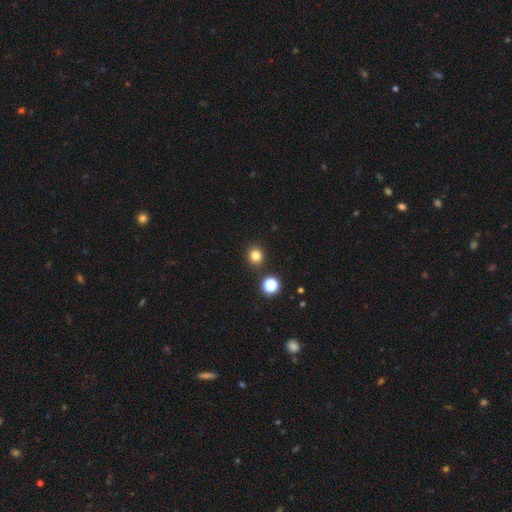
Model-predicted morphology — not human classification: Smooth or featured?
  - smooth: 80% *
  - star or artifact: 15%
  - featured or disk: 5%
How rounded?
  - round: 89% *
  - in between: 10%
  - cigar-shaped: 1%
Merging?
  - none: 89% *
  - minor disturbance: 6%
  - merger: 3%
  - major disturbance: 2%